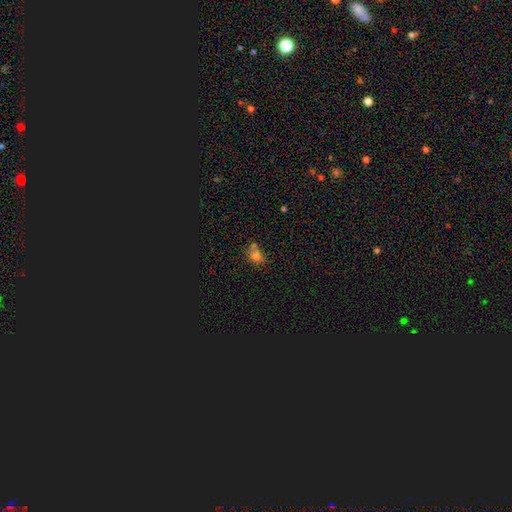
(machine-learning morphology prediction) This appears to be a smooth galaxy with no disk features (71%) that is round (53%). Merging: none (50%).